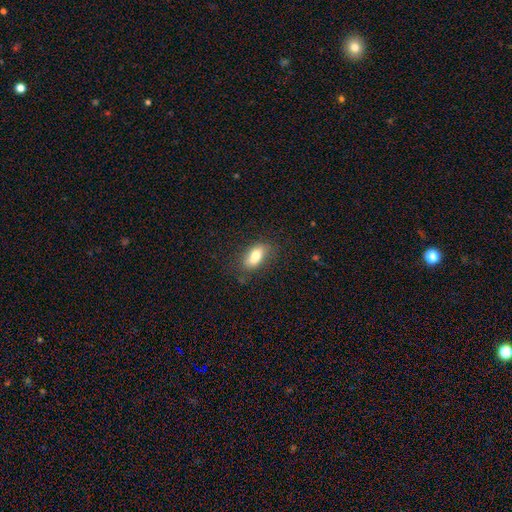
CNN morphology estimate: Smooth or featured? Predicted: smooth (p=0.75). How rounded? Predicted: in between (p=0.85). Merging? Predicted: none (p=0.67).